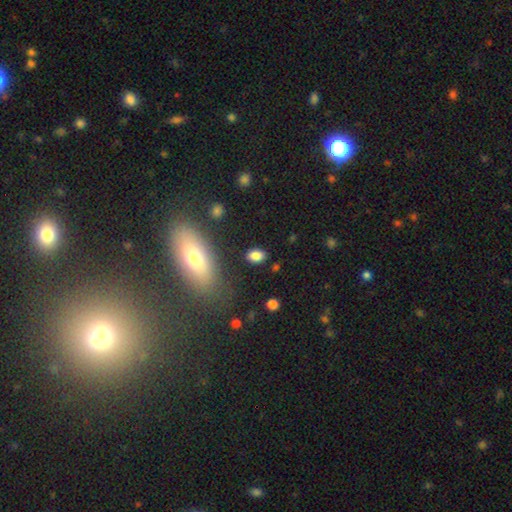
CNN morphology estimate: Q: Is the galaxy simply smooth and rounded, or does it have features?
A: smooth — 84%.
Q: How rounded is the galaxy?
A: in between — 81%.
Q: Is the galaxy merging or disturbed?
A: none — 84%.